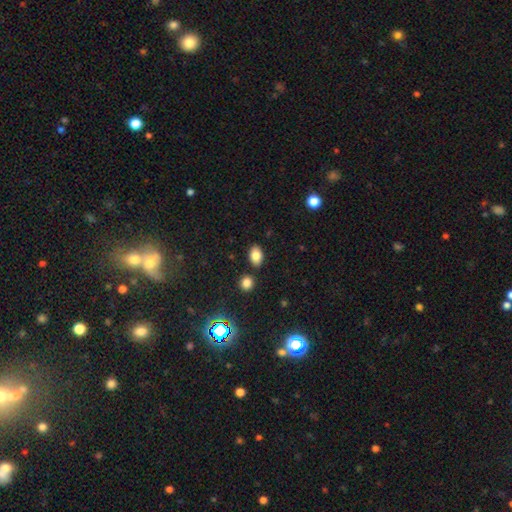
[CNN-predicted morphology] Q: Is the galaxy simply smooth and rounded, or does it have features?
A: smooth — 82%.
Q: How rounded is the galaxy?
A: in between — 87%.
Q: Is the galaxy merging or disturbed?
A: none — 82%.